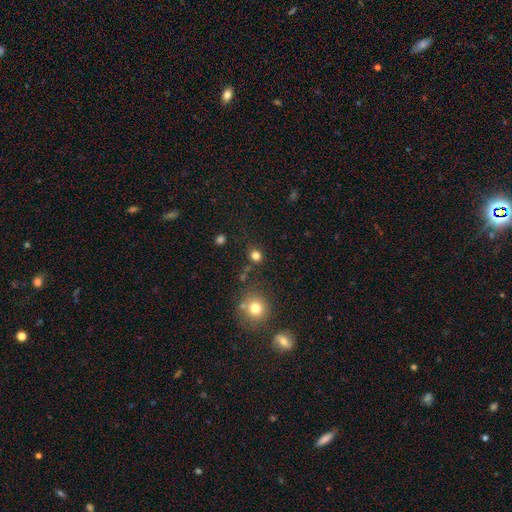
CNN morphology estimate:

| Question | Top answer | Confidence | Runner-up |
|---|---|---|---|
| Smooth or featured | smooth | 79% | star or artifact (16%) |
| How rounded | round | 80% | in between (19%) |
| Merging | none | 81% | minor disturbance (10%) |